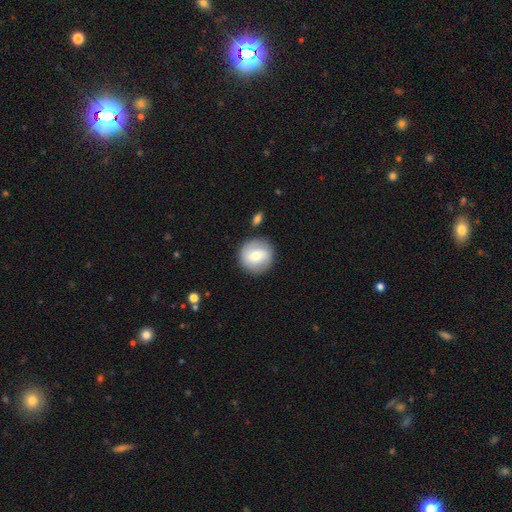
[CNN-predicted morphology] The model was most divided on "smooth or featured": smooth: 64%, featured or disk: 29%, star or artifact: 7%. More confident: how rounded — round (92%); merging — none (85%).